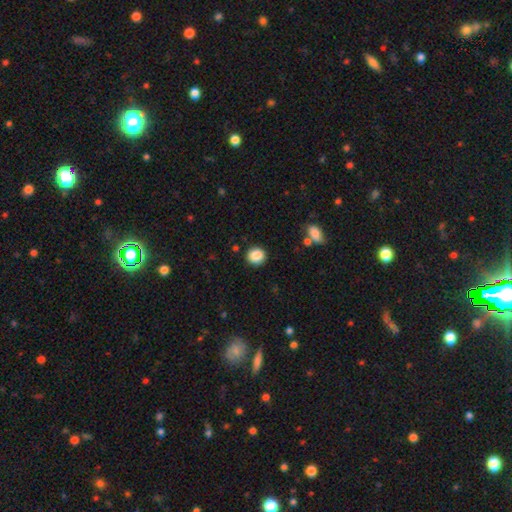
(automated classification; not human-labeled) This is clearly a smooth galaxy (88%). How rounded: clearly round (84%). Merging: clearly none (90%).